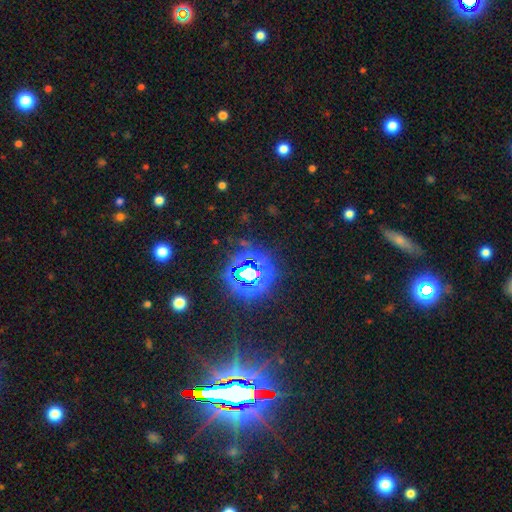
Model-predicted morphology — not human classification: A star or artifact, not a galaxy (83%).